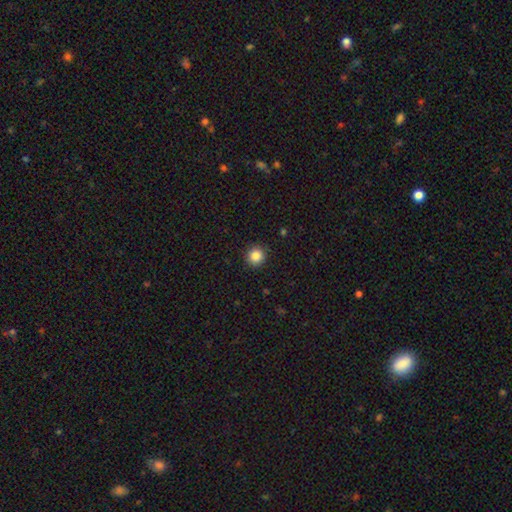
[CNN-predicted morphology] This is clearly a smooth galaxy (86%). How rounded: clearly round (94%). Merging: clearly none (92%).